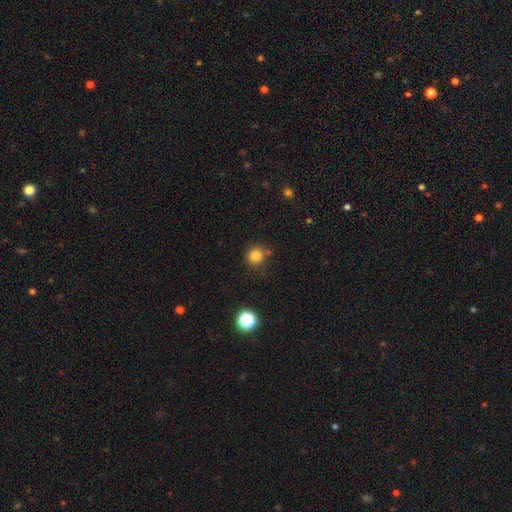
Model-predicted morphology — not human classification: smooth 82%, star or artifact 13%, featured or disk 5%. Down the decision tree: how rounded — round (92%); merging — none (79%).